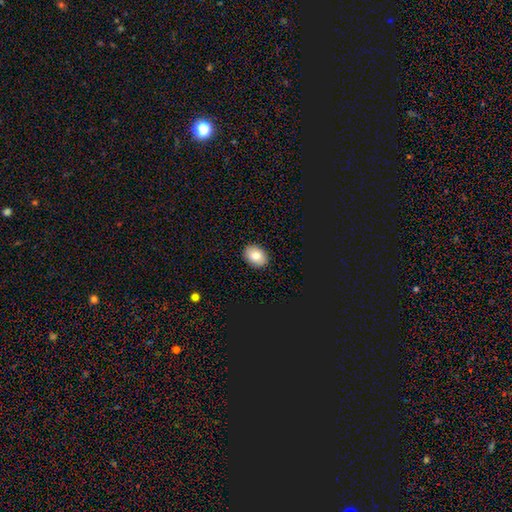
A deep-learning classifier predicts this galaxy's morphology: Smooth or featured? smooth (81%)
How rounded? in between (67%)
Merging? none (90%)